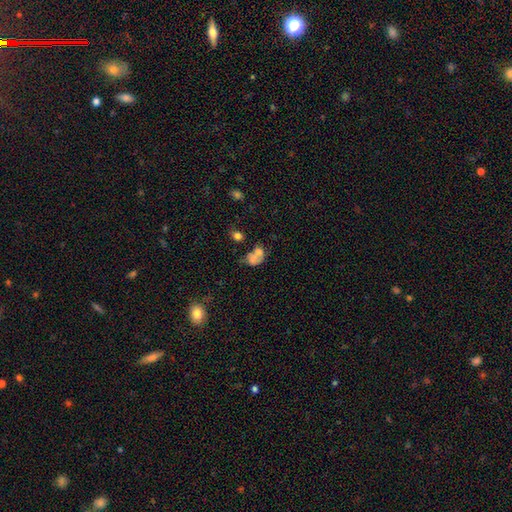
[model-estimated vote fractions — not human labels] Smooth or featured?
  - smooth: 66% *
  - featured or disk: 21%
  - star or artifact: 13%
How rounded?
  - in between: 65% *
  - round: 34%
  - cigar-shaped: 1%
Merging?
  - merger: 48% *
  - none: 23%
  - minor disturbance: 15%
  - major disturbance: 14%